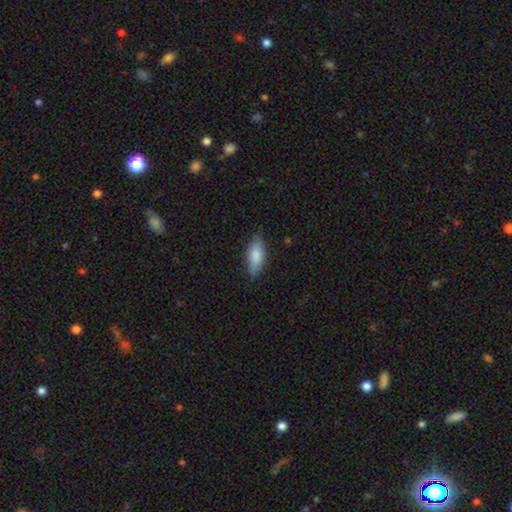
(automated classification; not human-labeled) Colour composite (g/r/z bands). It shows a smooth galaxy with no disk features (84%) that is in between round and cigar-shaped (75%). Merging: none (81%).